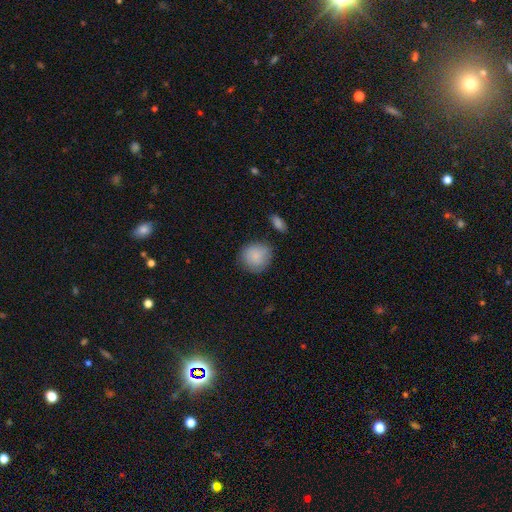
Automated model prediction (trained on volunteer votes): smooth_or_featured: smooth (p=0.85) [alt: featured or disk p=0.09]
how_rounded: round (p=0.86) [alt: in between p=0.13]
merging: none (p=0.76) [alt: minor disturbance p=0.16]